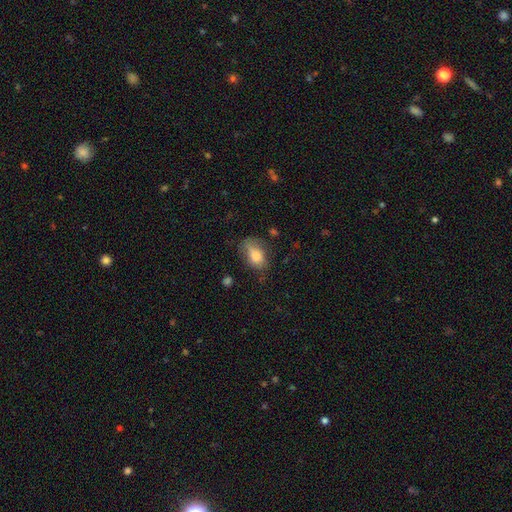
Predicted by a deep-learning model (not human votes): This appears to be a smooth galaxy with no disk features (79%) that is in between round and cigar-shaped (85%). Merging: none (54%).